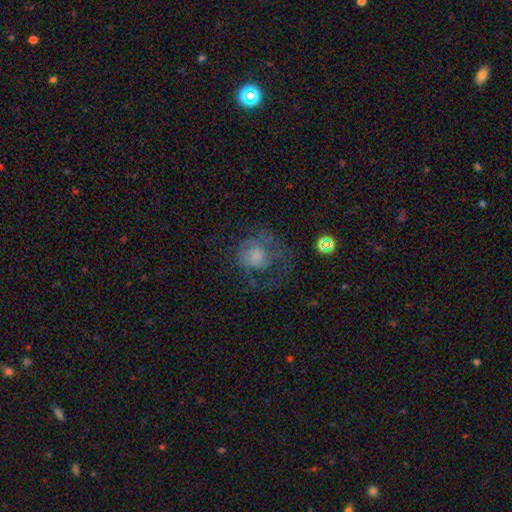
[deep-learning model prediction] This is possibly a smooth galaxy (47%). Merging: marginally major disturbance (40%).